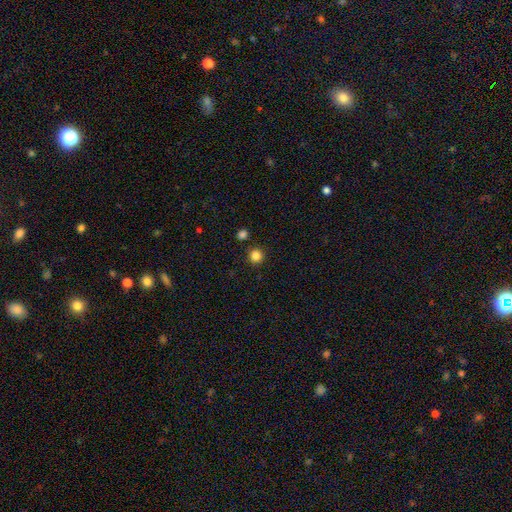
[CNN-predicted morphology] This appears to be a smooth galaxy with no disk features (83%) that is round (94%). Merging: none (88%).